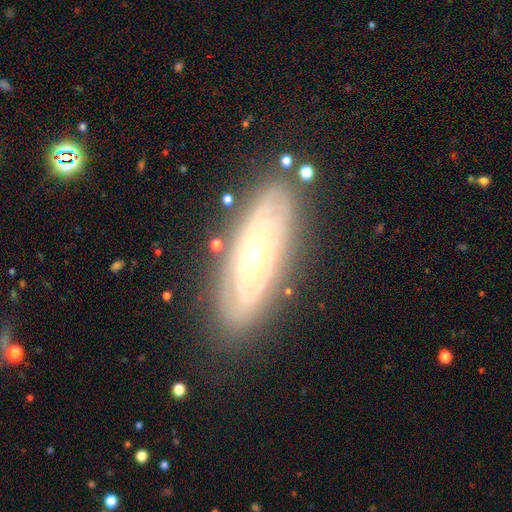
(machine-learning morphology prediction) Smooth or featured?
  - featured or disk: 77% *
  - smooth: 17%
  - star or artifact: 6%
Edge-on disk?
  - no: 81% *
  - yes: 19%
Bar?
  - no: 78% *
  - weak: 16%
  - strong: 6%
Spiral arms?
  - yes: 75% *
  - no: 25%
Bulge size?
  - moderate: 50% *
  - small: 45%
  - large: 3%
  - dominant: 1%
  - none: 1%
Merging?
  - none: 82% *
  - minor disturbance: 13%
  - major disturbance: 4%
  - merger: 2%